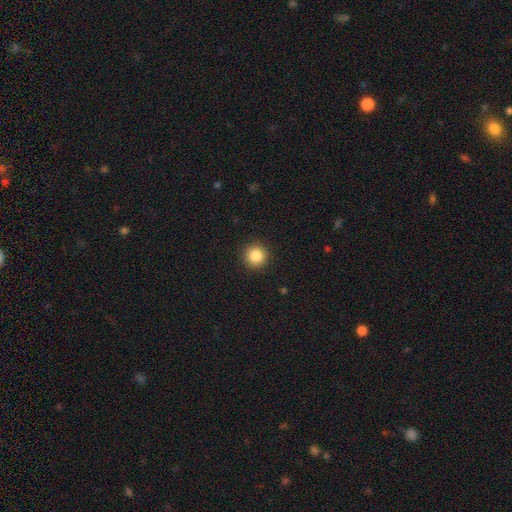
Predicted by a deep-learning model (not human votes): Q: Smooth or featured?
A: smooth (85%); runner-up: star or artifact (10%)
Q: How rounded?
A: round (95%); runner-up: in between (4%)
Q: Merging?
A: none (92%); runner-up: minor disturbance (5%)